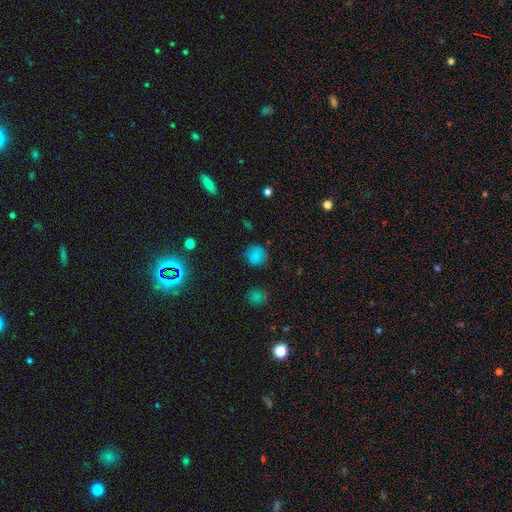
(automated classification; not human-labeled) Smooth or featured: smooth — 77% (star or artifact — 17%)
How rounded: round — 90% (in between — 9%)
Merging: none — 80% (minor disturbance — 14%)